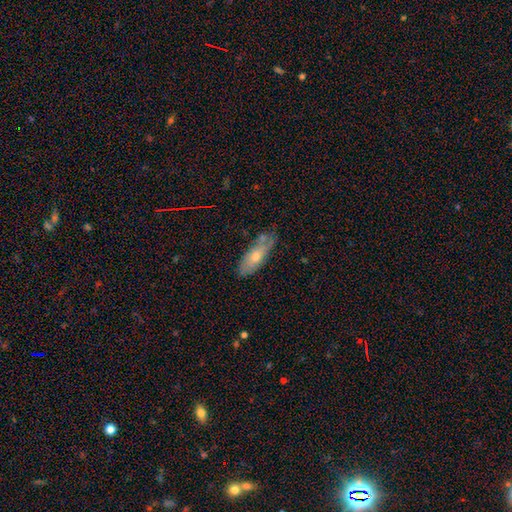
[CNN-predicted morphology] This appears to be a smooth galaxy with no disk features (51%) that is in between round and cigar-shaped (56%). Merging: none (68%).